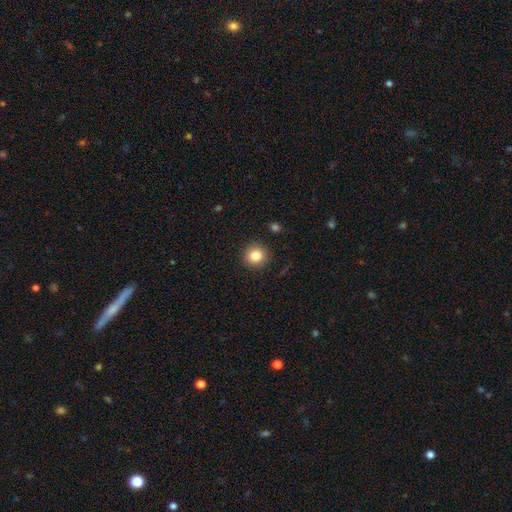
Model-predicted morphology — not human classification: Smooth or featured: smooth — 83% (star or artifact — 10%)
How rounded: round — 92% (in between — 7%)
Merging: none — 90% (minor disturbance — 6%)